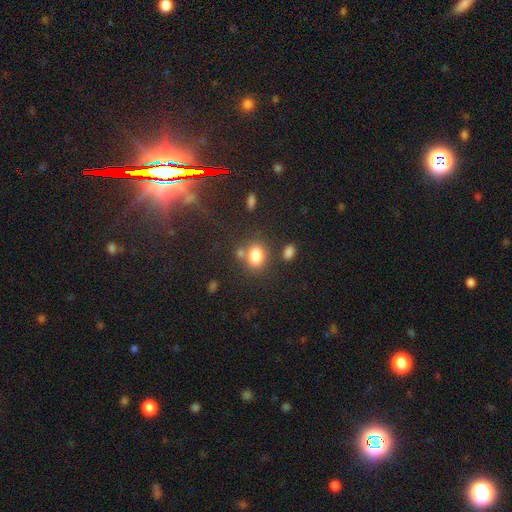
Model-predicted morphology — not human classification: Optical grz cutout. It shows a smooth galaxy with no disk features (81%) that is in between round and cigar-shaped (57%). Merging: none (62%).